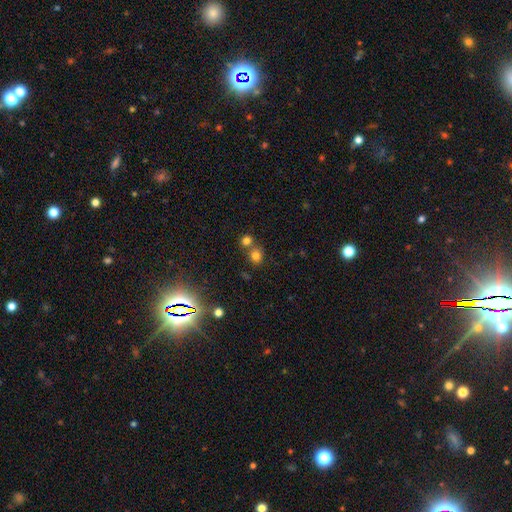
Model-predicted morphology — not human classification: Smooth or featured: smooth — 75% (star or artifact — 18%)
How rounded: round — 82% (in between — 17%)
Merging: none — 59% (merger — 31%)